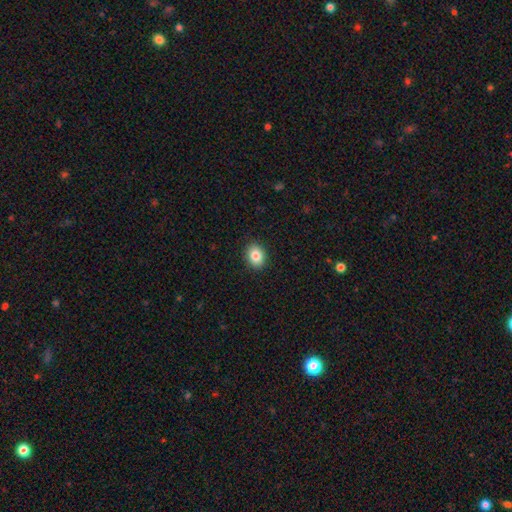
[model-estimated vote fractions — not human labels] smooth 85%, star or artifact 9%, featured or disk 6%. Down the decision tree: how rounded — in between (57%); merging — none (91%).